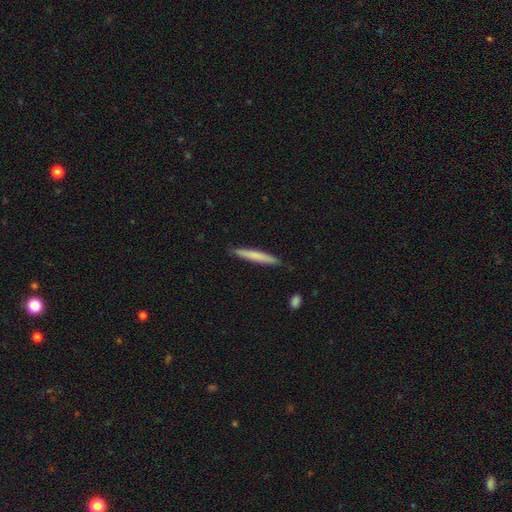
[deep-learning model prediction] This appears to be a smooth galaxy with no disk features (71%) that is cigar-shaped (96%). Merging: none (89%).